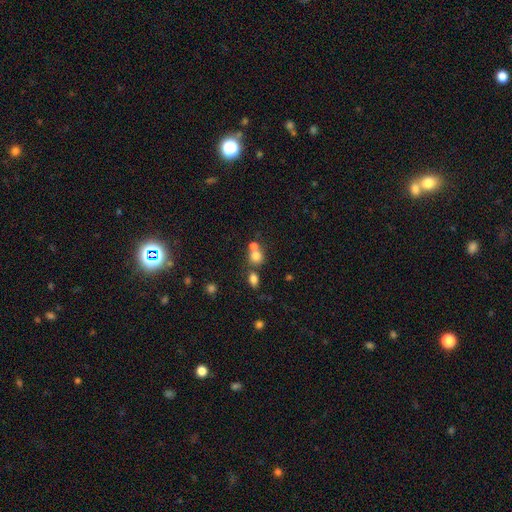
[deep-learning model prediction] Smooth or featured? Predicted: smooth (p=0.76). How rounded? Predicted: round (p=0.78). Merging? Predicted: none (p=0.45).